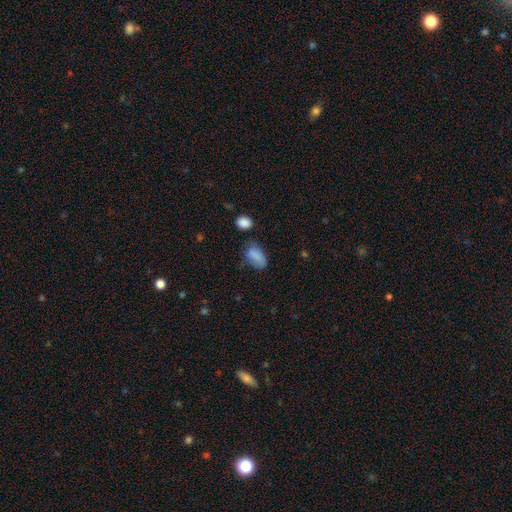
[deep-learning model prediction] A smooth galaxy with no disk features (80%) that is in between round and cigar-shaped (89%). Merging: none (47%).